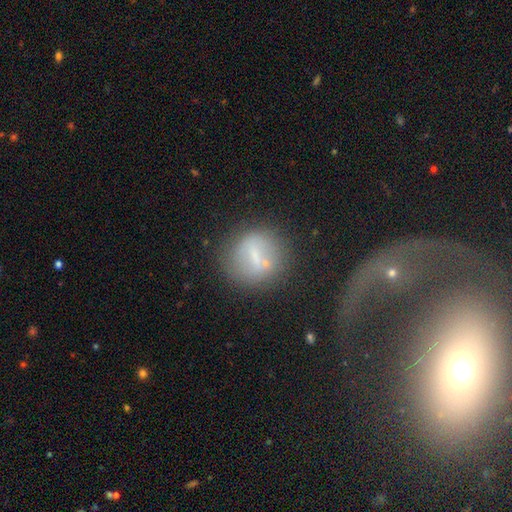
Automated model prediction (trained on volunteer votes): Smooth or featured: smooth — 52% (featured or disk — 37%)
How rounded: round — 82% (in between — 15%)
Merging: none — 67% (minor disturbance — 16%)